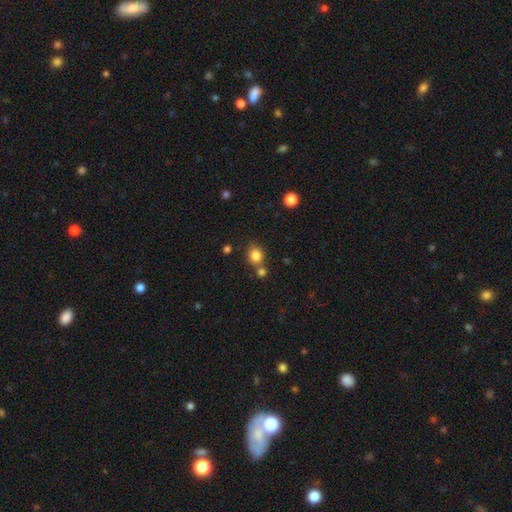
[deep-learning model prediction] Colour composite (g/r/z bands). It shows a smooth galaxy with no disk features (83%) that is round (74%). Merging: none (67%).